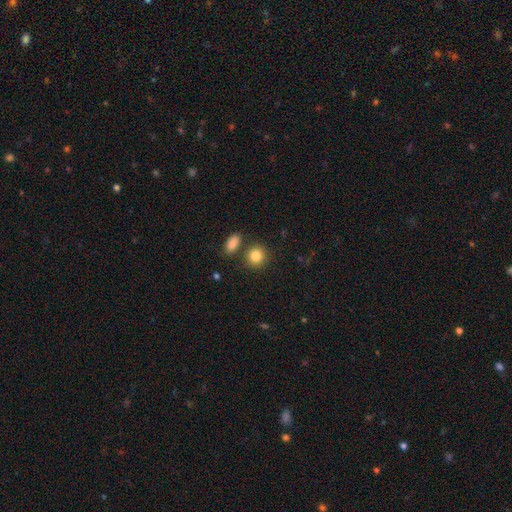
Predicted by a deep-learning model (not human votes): Q: Smooth or featured?
A: smooth (85%); runner-up: star or artifact (9%)
Q: How rounded?
A: round (78%); runner-up: in between (20%)
Q: Merging?
A: none (75%); runner-up: merger (12%)